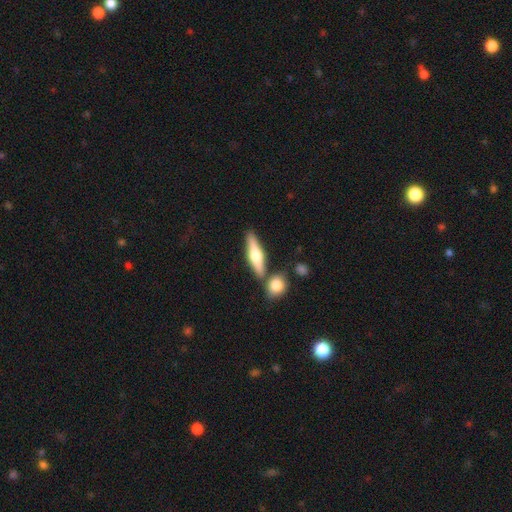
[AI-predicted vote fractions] Smooth or featured: featured or disk — 51% (smooth — 43%)
Edge-on disk: yes — 93% (no — 7%)
Merging: none — 73% (merger — 15%)